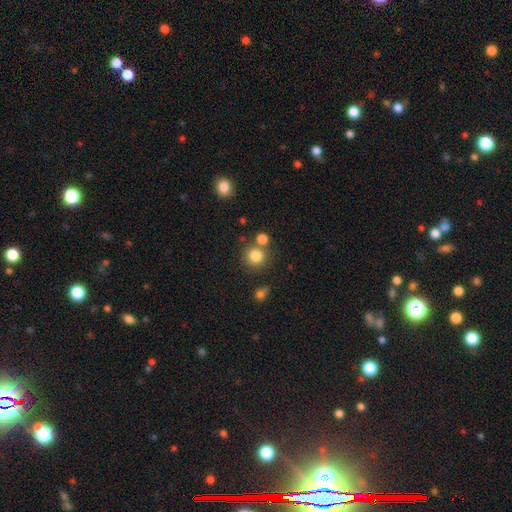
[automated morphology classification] This is clearly a smooth galaxy (82%). How rounded: clearly round (90%). Merging: likely none (72%).